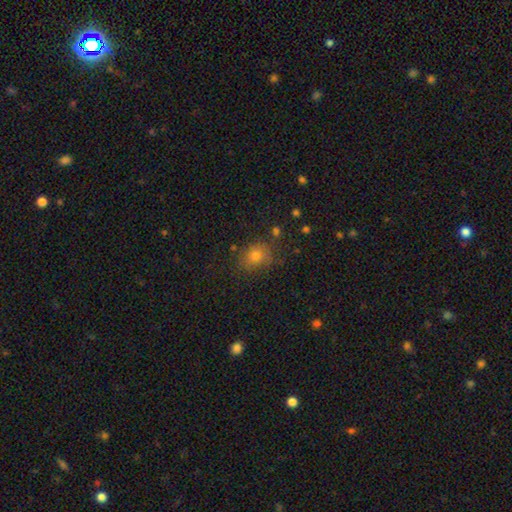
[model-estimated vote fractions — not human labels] Smooth or featured?
  - smooth: 73% *
  - star or artifact: 17%
  - featured or disk: 9%
How rounded?
  - round: 59% *
  - in between: 40%
  - cigar-shaped: 1%
Merging?
  - none: 75% *
  - minor disturbance: 17%
  - major disturbance: 5%
  - merger: 3%